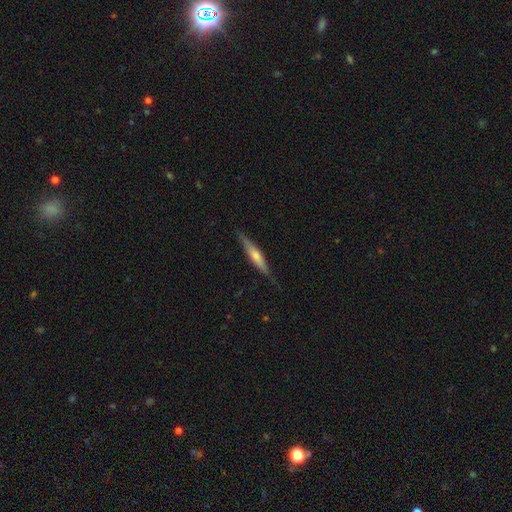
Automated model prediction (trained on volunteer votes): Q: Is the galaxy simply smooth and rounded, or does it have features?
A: featured or disk — 58%.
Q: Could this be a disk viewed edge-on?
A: yes — 95%.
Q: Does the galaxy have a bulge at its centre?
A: rounded — 71%.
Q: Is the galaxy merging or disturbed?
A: none — 83%.